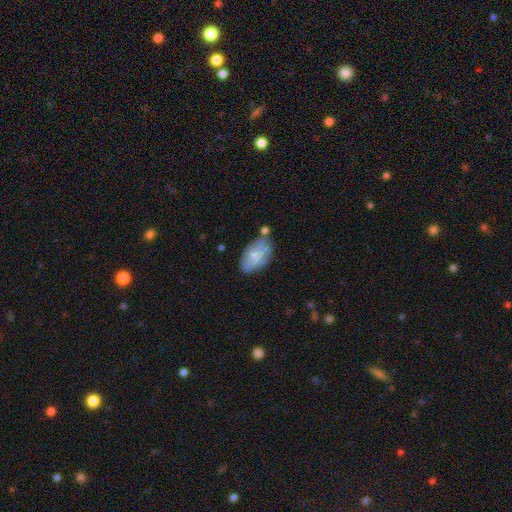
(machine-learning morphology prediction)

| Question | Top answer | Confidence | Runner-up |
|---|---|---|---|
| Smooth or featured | smooth | 63% | featured or disk (30%) |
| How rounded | in between | 93% | round (5%) |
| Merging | none | 60% | minor disturbance (25%) |